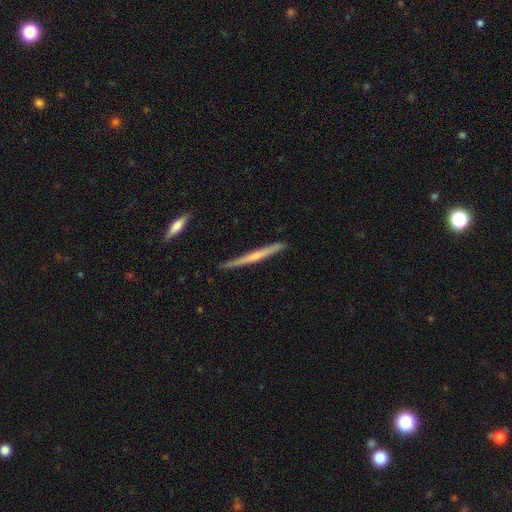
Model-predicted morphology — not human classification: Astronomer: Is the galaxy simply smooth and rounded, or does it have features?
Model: featured or disk — 49% (runner-up: smooth, 46%).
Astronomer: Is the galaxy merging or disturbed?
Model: none — 88%.